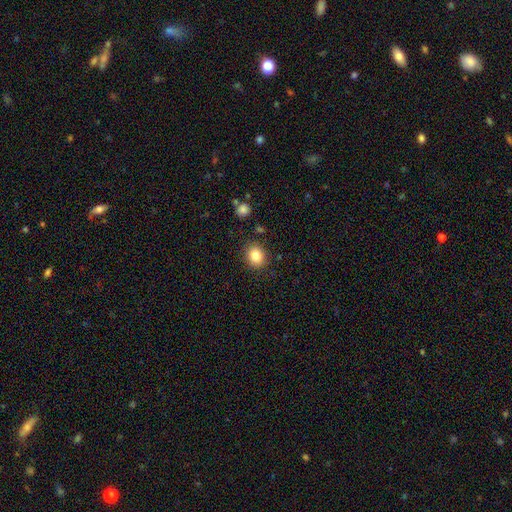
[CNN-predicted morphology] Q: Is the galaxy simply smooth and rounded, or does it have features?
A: smooth — 84%.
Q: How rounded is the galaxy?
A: round — 62%.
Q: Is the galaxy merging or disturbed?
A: none — 86%.